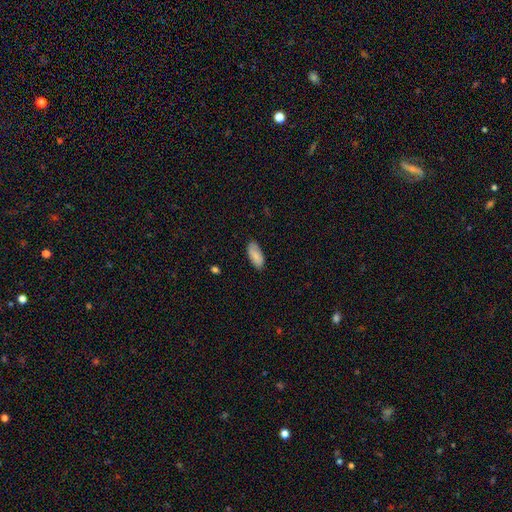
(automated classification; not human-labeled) Smooth or featured: smooth — 84% (featured or disk — 10%)
How rounded: in between — 89% (cigar-shaped — 10%)
Merging: none — 83% (minor disturbance — 14%)